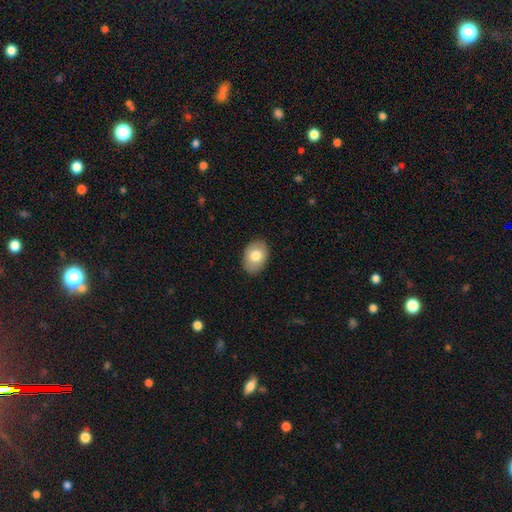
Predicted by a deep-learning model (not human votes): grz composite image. It shows a smooth galaxy with no disk features (77%) that is in between round and cigar-shaped (80%). Merging: none (87%).